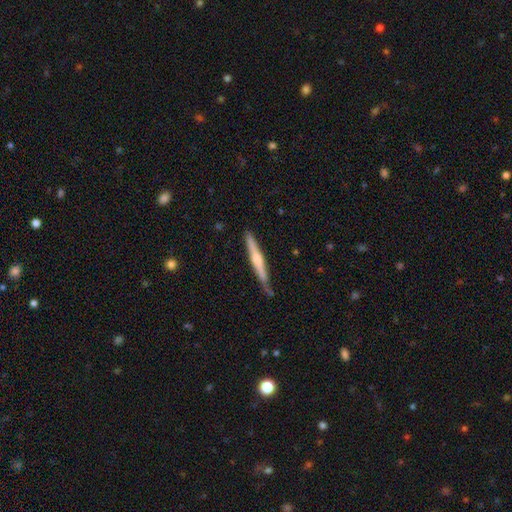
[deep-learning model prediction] Overall: featured or disk (64%; smooth 31%). Edge-on disk: yes (98%). Edge-on bulge: rounded (65%). Merging: none (81%).